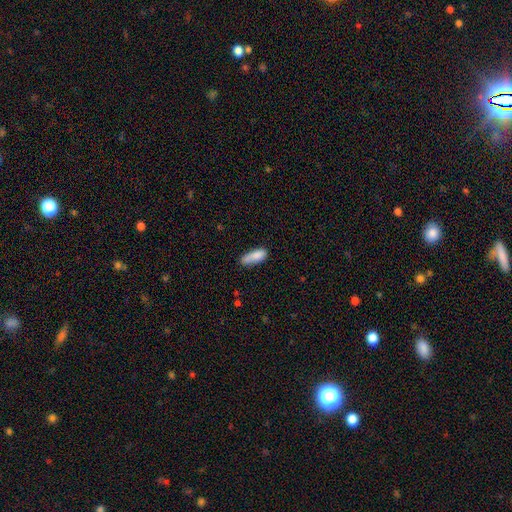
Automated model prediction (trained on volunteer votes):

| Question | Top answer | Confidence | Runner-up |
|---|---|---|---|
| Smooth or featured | smooth | 84% | featured or disk (9%) |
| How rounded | in between | 68% | cigar-shaped (30%) |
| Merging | none | 59% | minor disturbance (28%) |